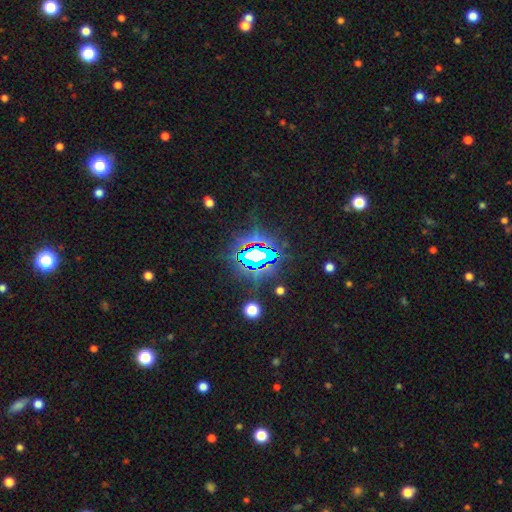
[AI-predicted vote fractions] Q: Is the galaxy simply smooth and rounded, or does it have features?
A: star or artifact — 74%.